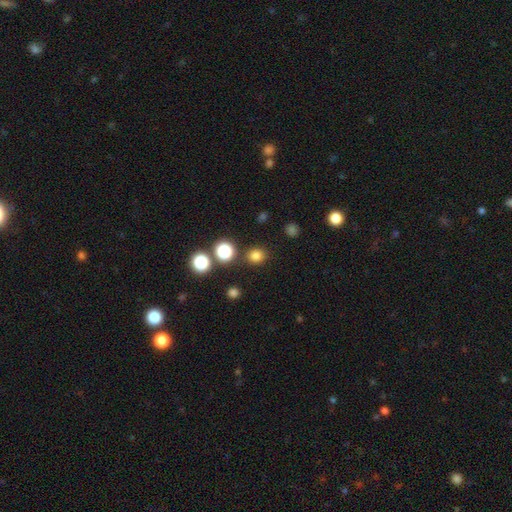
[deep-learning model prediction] Morphology: type=smooth (79%); roundness=round (82%); merging=none (86%).